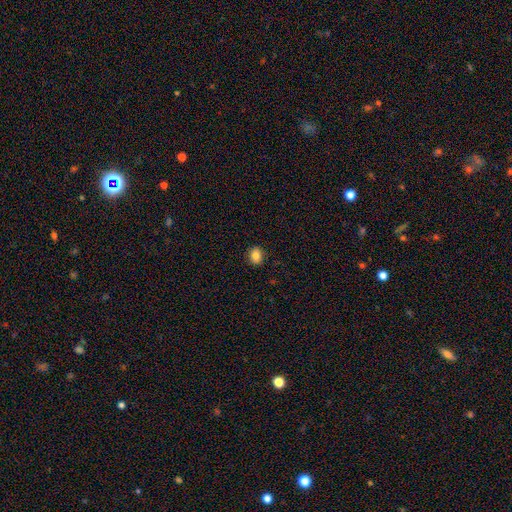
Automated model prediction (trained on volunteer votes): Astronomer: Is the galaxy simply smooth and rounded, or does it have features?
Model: smooth — 83%.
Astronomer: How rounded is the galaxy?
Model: round — 57% (runner-up: in between, 41%).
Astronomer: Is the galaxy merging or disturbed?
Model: none — 90%.